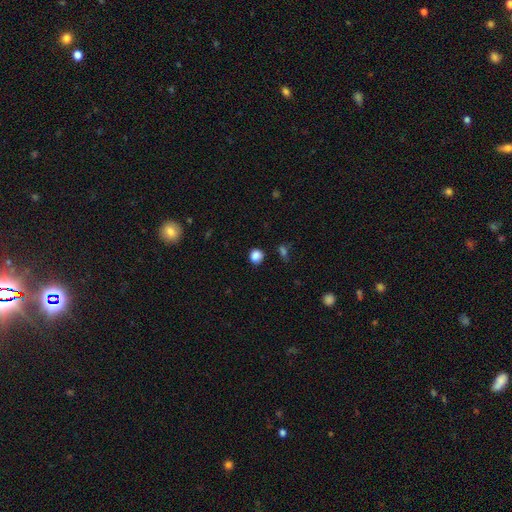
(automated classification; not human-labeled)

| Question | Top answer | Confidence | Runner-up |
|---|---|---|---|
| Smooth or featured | smooth | 85% | star or artifact (11%) |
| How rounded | round | 83% | in between (16%) |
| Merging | none | 85% | minor disturbance (10%) |